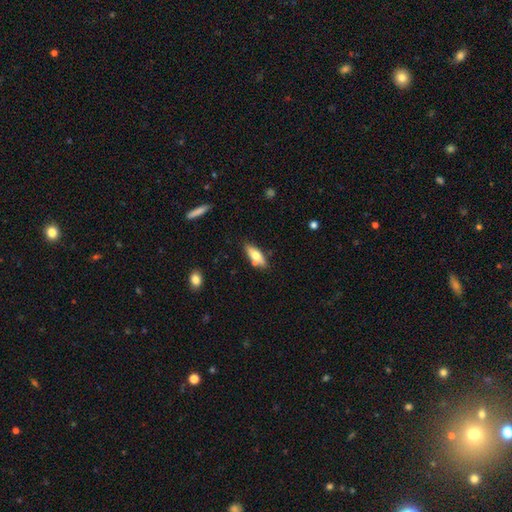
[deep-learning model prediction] Smooth or featured? smooth (64%)
How rounded? in between (67%)
Merging? none (72%)